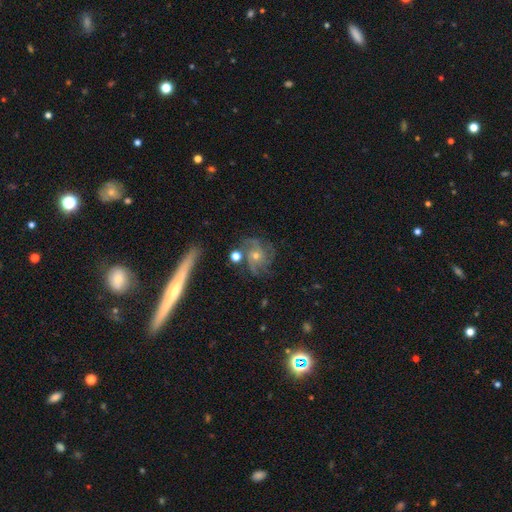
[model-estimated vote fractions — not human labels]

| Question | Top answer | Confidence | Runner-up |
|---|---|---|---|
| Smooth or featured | featured or disk | 79% | smooth (11%) |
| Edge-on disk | no | 93% | yes (7%) |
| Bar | no | 74% | weak (21%) |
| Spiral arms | yes | 94% | no (6%) |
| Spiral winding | tight | 45% | medium (42%) |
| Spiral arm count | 3 | 39% | can't tell (19%) |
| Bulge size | small | 49% | moderate (45%) |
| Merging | none | 72% | minor disturbance (15%) |